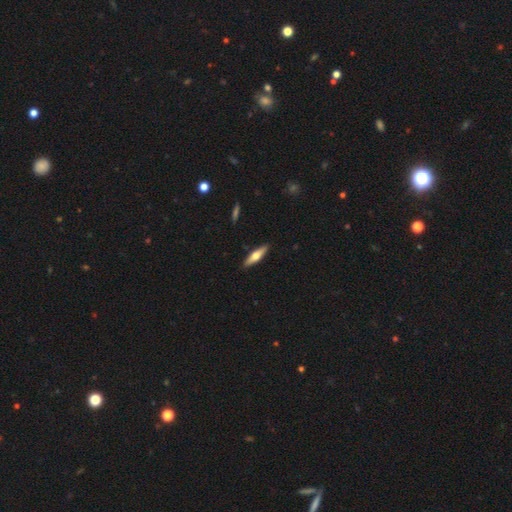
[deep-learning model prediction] Overall: smooth (55%; featured or disk 40%). How rounded: cigar-shaped (67%; in between 31%). Merging: none (89%).